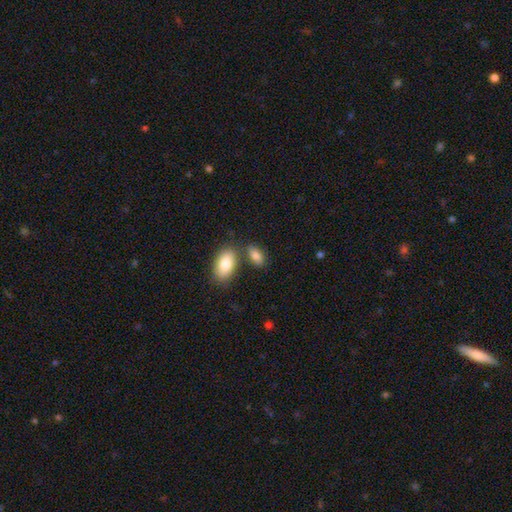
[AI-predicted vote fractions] Overall: smooth (84%). How rounded: in between (89%). Merging: none (63%).